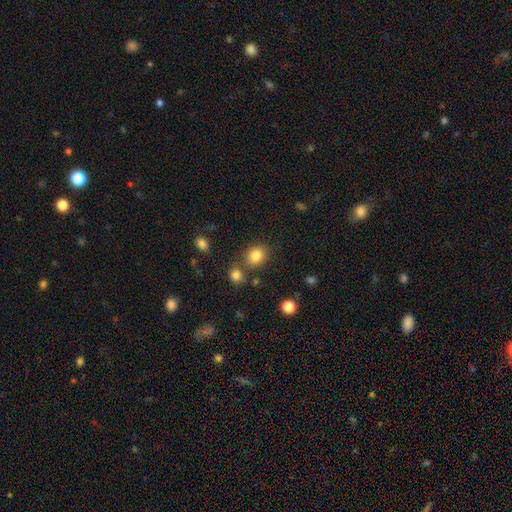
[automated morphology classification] Smooth or featured? smooth (83%)
How rounded? round (65%)
Merging? none (72%)